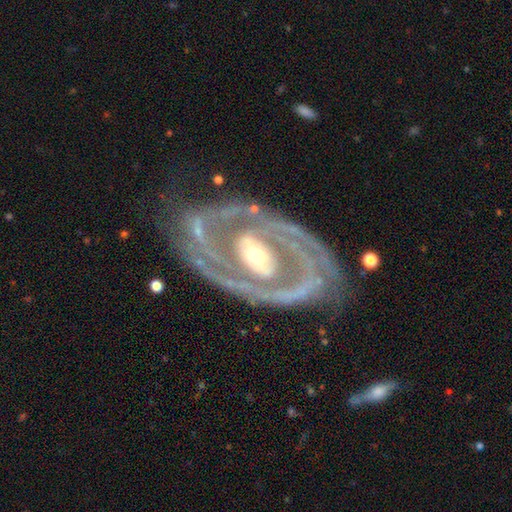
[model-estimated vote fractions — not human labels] This is clearly a featured or disk galaxy (89%). It is clearly not viewed edge-on (95%). Bar: marginally no (42%). Spiral arm pattern: likely yes (80%). Spiral arm count: possibly 2 (57%). Spiral winding: possibly tight (53%). Central bulge: likely moderate (67%). Merging: likely none (63%).